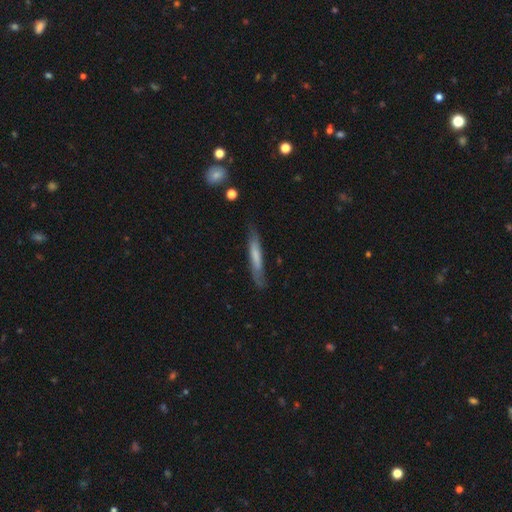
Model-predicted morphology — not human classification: This appears to be a smooth galaxy with no disk features (58%) that is cigar-shaped (91%). Merging: none (74%).